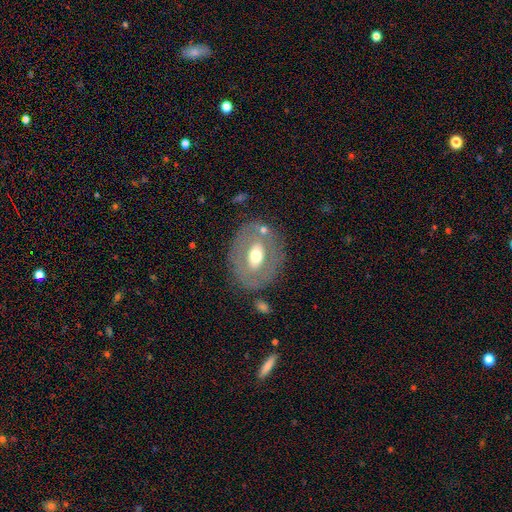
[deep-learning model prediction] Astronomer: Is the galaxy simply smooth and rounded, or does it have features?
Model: featured or disk — 51% (runner-up: smooth, 42%).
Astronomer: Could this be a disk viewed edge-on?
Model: no — 90%.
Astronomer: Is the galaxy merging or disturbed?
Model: none — 76%.